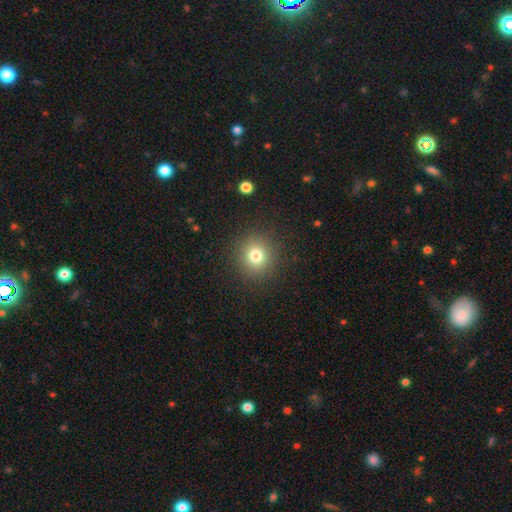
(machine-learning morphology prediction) This is likely a smooth galaxy (78%). How rounded: clearly round (89%). Merging: clearly none (89%).